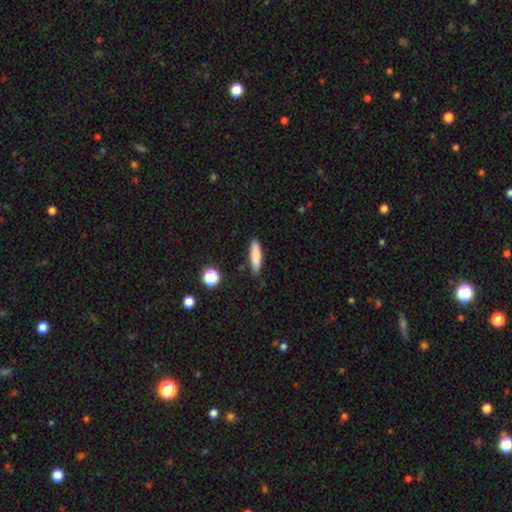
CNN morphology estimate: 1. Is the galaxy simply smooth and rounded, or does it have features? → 83% smooth, 10% featured or disk, 7% star or artifact.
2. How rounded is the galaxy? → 74% cigar-shaped, 24% in between, 2% round.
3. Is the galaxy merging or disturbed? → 86% none, 10% minor disturbance, 2% major disturbance, 2% merger.